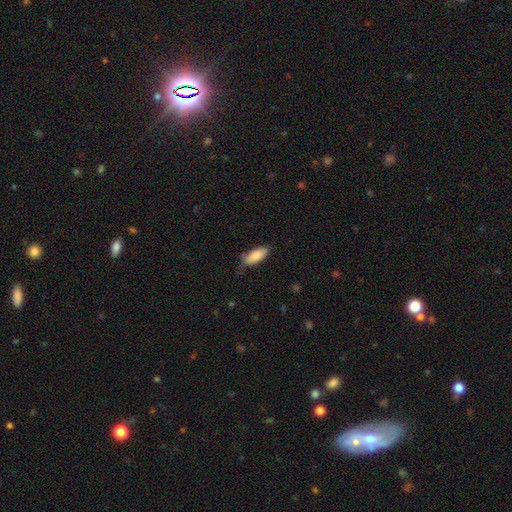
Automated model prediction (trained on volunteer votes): smooth_or_featured: smooth (p=0.85) [alt: featured or disk p=0.09]
how_rounded: in between (p=0.75) [alt: cigar-shaped p=0.23]
merging: none (p=0.67) [alt: minor disturbance p=0.27]